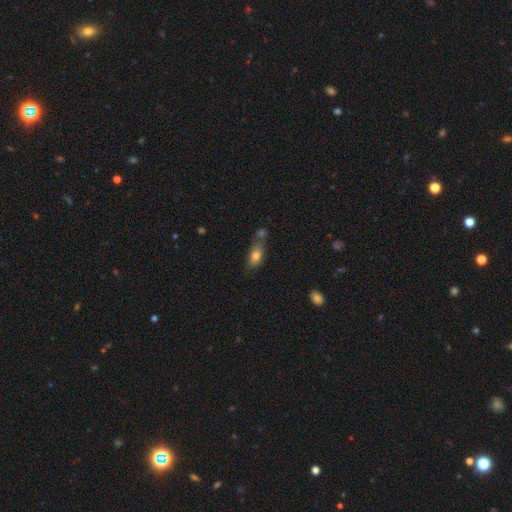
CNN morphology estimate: smooth 76%, featured or disk 15%, star or artifact 9%. Down the decision tree: how rounded — in between (77%); merging — none (50%).